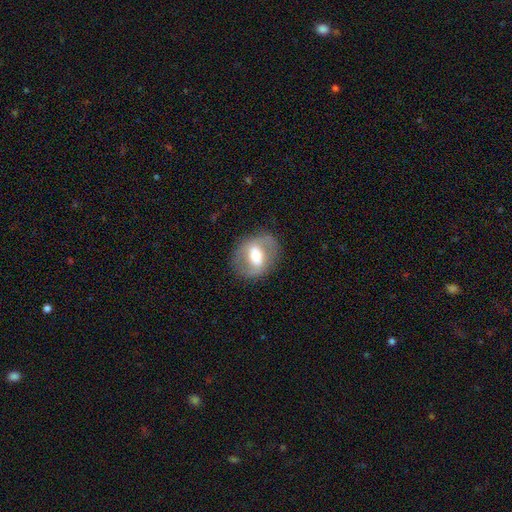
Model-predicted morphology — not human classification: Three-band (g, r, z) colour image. It shows a featured or disk galaxy (56%) with a strong bar (38%, tied with weak), no spiral arms (57%) and a moderate central bulge (60%). Merging: none (80%).